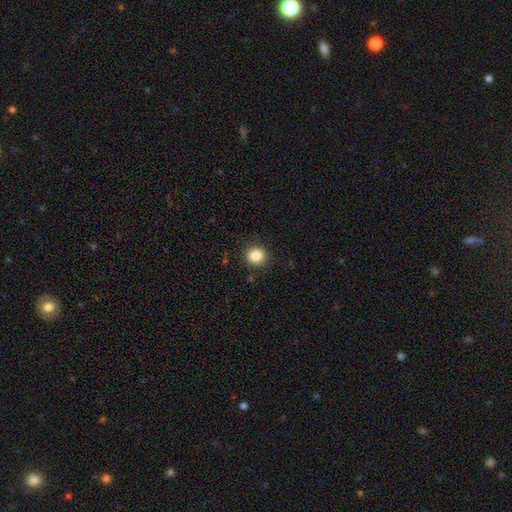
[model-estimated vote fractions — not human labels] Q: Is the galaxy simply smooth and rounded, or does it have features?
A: smooth — 84%.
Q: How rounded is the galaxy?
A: round — 88%.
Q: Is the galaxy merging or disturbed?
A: none — 89%.